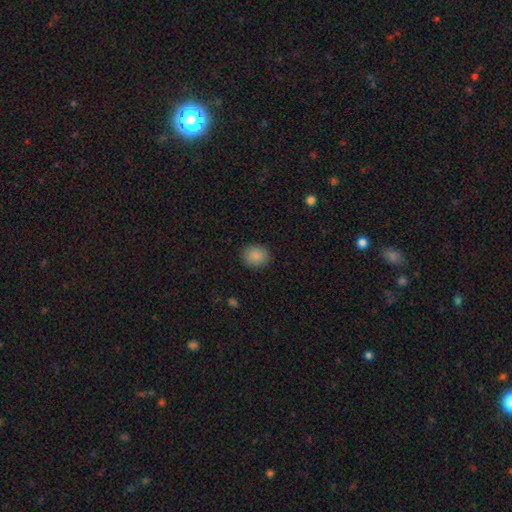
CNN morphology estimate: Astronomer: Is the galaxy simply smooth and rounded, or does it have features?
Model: smooth — 88%.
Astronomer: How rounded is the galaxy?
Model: round — 62%.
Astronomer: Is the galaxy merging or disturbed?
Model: none — 89%.